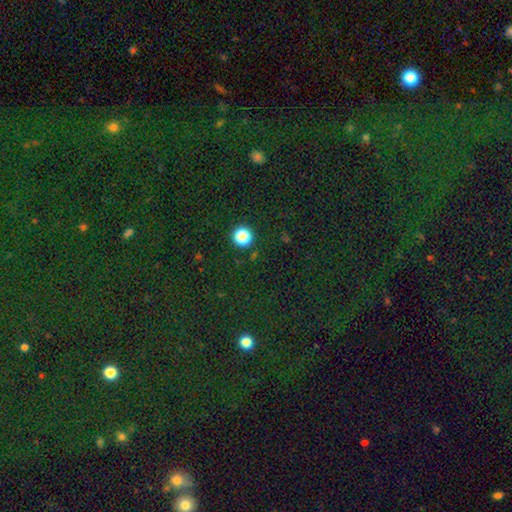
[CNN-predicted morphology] The model was most divided on "smooth or featured": star or artifact: 77%, smooth: 14%, featured or disk: 8%.